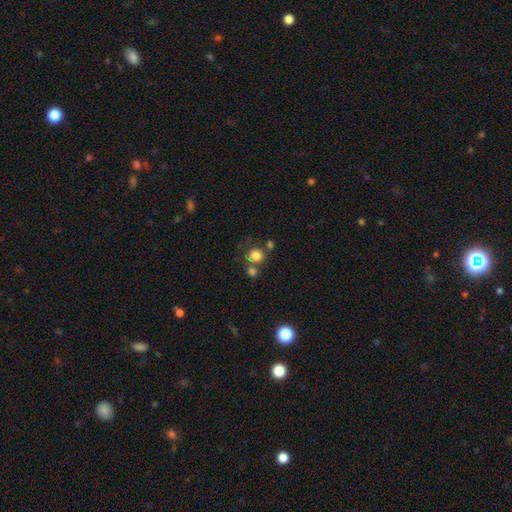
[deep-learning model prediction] smooth 81%, star or artifact 12%, featured or disk 7%. Down the decision tree: how rounded — round (87%); merging — none (63%).